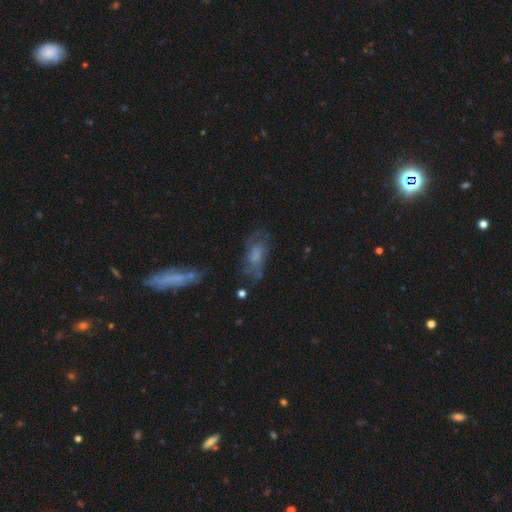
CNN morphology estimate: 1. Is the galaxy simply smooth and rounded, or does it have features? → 53% featured or disk, 36% smooth, 11% star or artifact.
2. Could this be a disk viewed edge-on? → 90% no, 10% yes.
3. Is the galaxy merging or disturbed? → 53% none, 24% minor disturbance, 18% major disturbance, 5% merger.